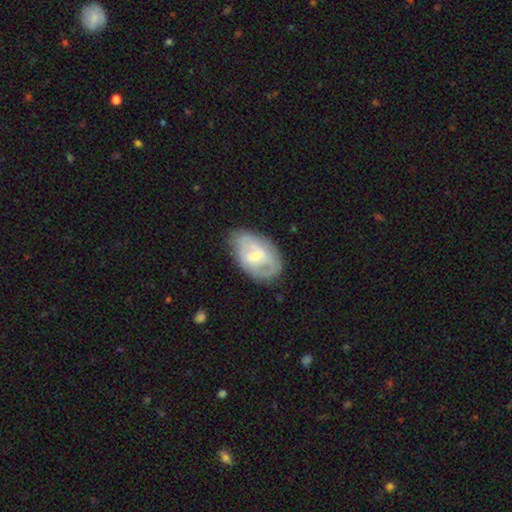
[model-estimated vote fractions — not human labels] Q: Smooth or featured?
A: featured or disk (61%); runner-up: smooth (33%)
Q: Edge-on disk?
A: no (93%); runner-up: yes (7%)
Q: Bar?
A: weak (43%); runner-up: no (42%)
Q: Spiral arms?
A: yes (57%); runner-up: no (43%)
Q: Bulge size?
A: moderate (54%); runner-up: small (41%)
Q: Merging?
A: none (68%); runner-up: minor disturbance (24%)